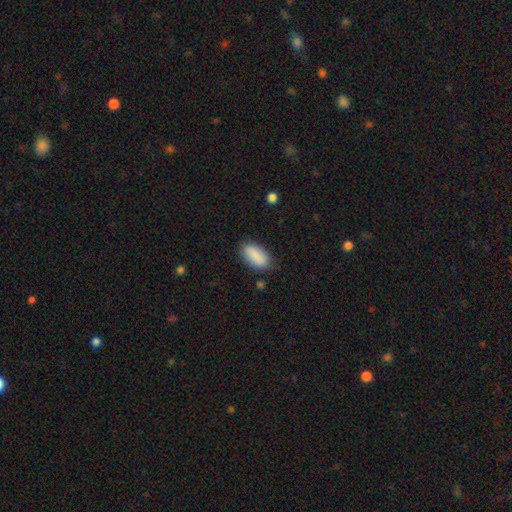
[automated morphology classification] This is clearly a smooth galaxy (88%). How rounded: clearly in between (90%). Merging: clearly none (82%).